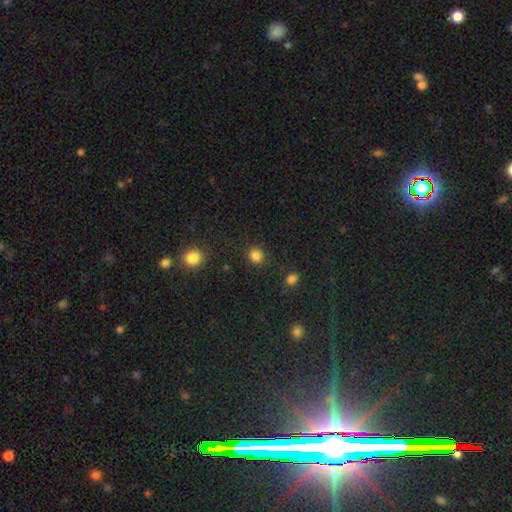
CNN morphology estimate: Smooth or featured: smooth — 83% (star or artifact — 13%)
How rounded: round — 83% (in between — 16%)
Merging: none — 86% (minor disturbance — 8%)